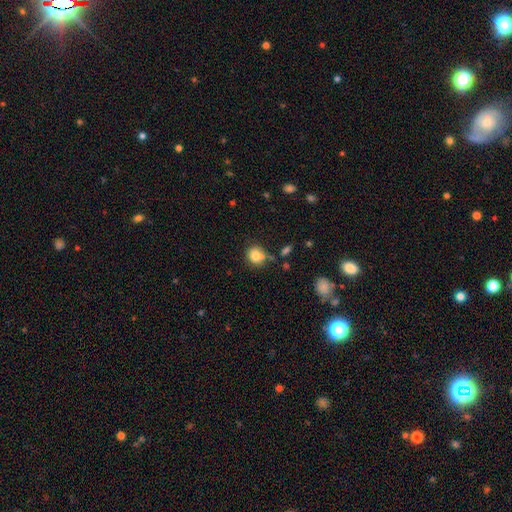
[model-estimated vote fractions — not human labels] This appears to be a smooth galaxy with no disk features (81%) that is round (81%). Merging: none (61%).